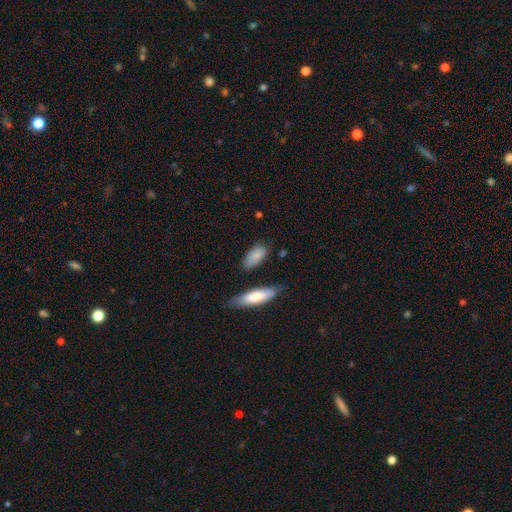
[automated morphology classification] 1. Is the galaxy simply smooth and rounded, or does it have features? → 84% smooth, 9% featured or disk, 7% star or artifact.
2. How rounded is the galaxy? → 83% in between, 13% cigar-shaped, 3% round.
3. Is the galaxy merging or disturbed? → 67% none, 22% minor disturbance, 6% merger, 5% major disturbance.